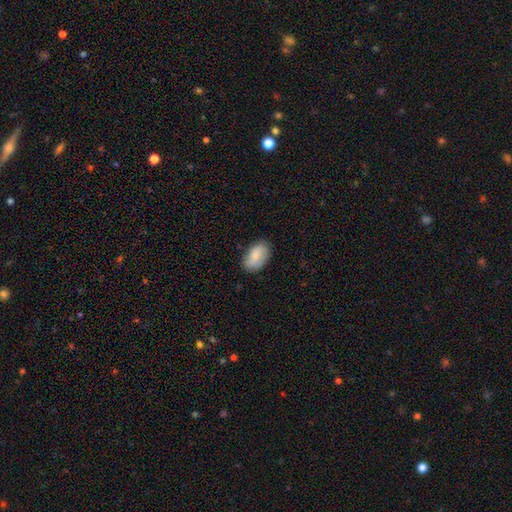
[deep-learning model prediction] smooth_or_featured: smooth (p=0.80) [alt: featured or disk p=0.14]
how_rounded: in between (p=0.92) [alt: round p=0.06]
merging: none (p=0.77) [alt: minor disturbance p=0.18]